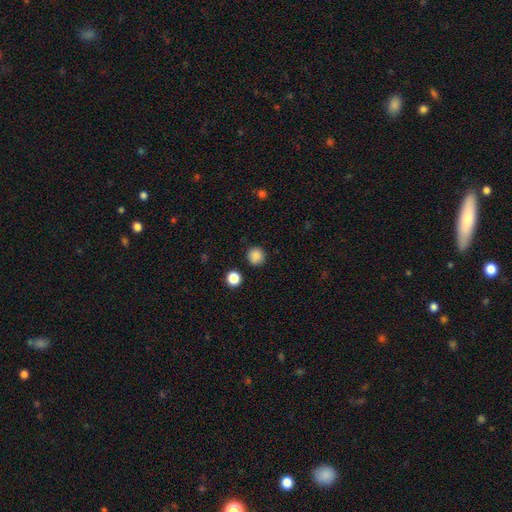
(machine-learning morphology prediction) Smooth or featured?
  - smooth: 85% *
  - star or artifact: 11%
  - featured or disk: 4%
How rounded?
  - round: 94% *
  - in between: 5%
  - cigar-shaped: 1%
Merging?
  - none: 89% *
  - minor disturbance: 7%
  - merger: 2%
  - major disturbance: 2%